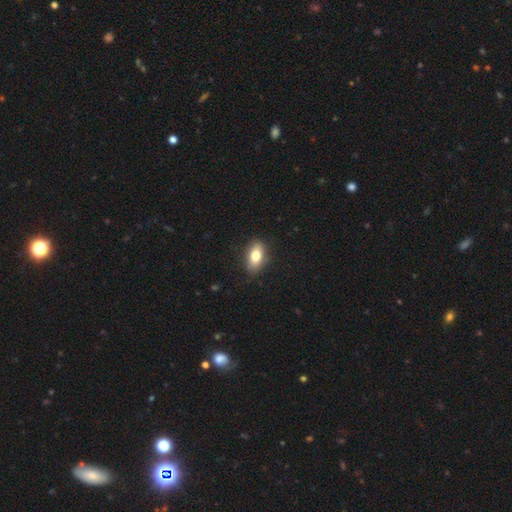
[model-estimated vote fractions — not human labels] smooth_or_featured: smooth (p=0.76) [alt: featured or disk p=0.17]
how_rounded: in between (p=0.86) [alt: round p=0.09]
merging: none (p=0.84) [alt: minor disturbance p=0.12]